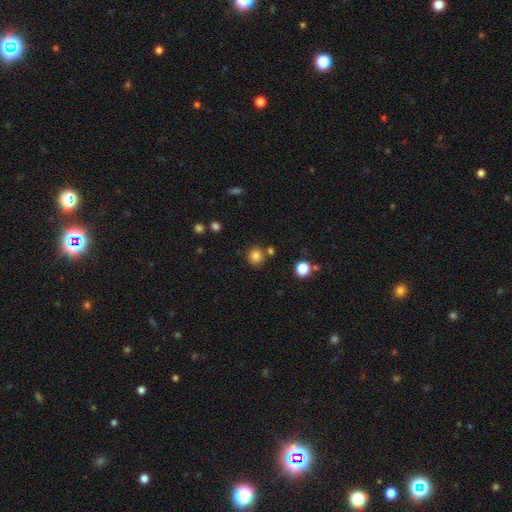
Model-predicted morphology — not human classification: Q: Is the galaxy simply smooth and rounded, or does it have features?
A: smooth — 82%.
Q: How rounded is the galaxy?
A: round — 88%.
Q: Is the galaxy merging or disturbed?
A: none — 78%.